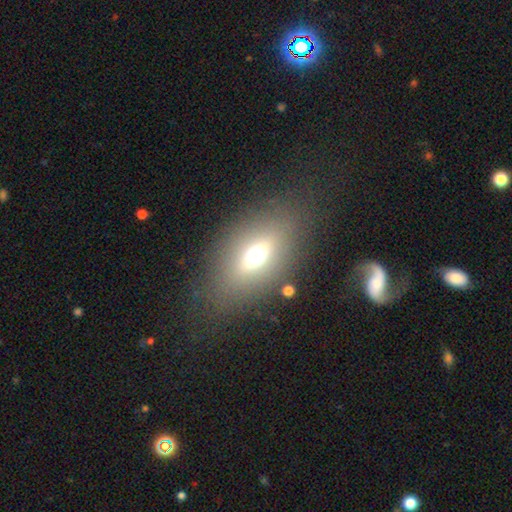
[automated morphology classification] Smooth or featured: smooth — 60% (featured or disk — 24%)
How rounded: in between — 79% (round — 15%)
Merging: none — 78% (minor disturbance — 11%)